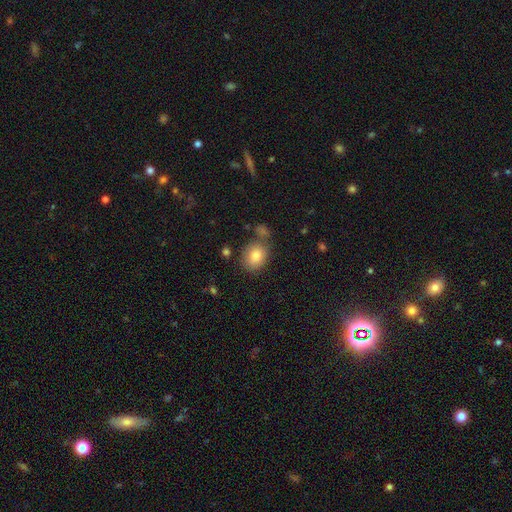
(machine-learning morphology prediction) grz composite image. It shows a smooth galaxy with no disk features (82%) that is round (54%). Merging: none (68%).